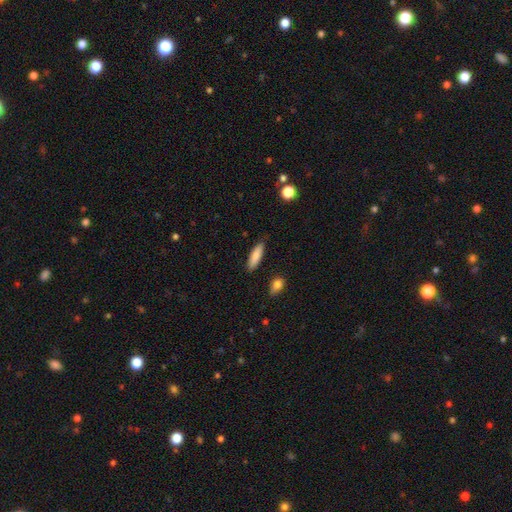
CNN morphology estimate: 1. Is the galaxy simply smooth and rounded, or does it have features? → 85% smooth, 9% featured or disk, 6% star or artifact.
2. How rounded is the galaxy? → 56% cigar-shaped, 42% in between, 2% round.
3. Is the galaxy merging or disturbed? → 85% none, 11% minor disturbance, 2% major disturbance, 2% merger.